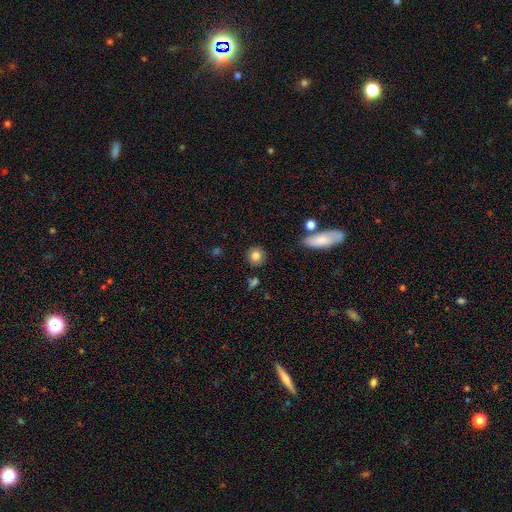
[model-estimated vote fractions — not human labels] smooth 82%, star or artifact 10%, featured or disk 8%. Down the decision tree: how rounded — round (85%); merging — none (87%).